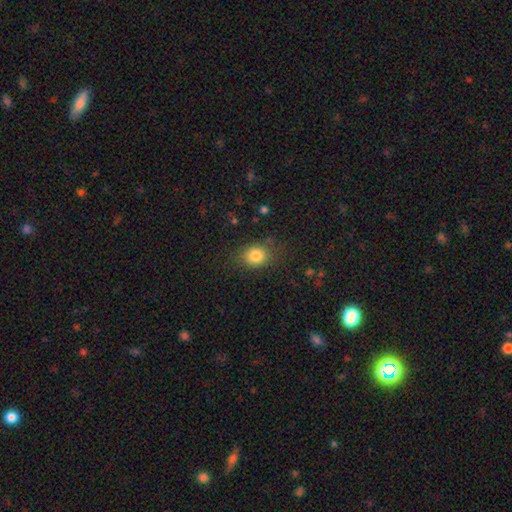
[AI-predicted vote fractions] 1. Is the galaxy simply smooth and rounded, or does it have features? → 83% smooth, 11% star or artifact, 7% featured or disk.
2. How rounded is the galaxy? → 50% round, 49% in between, 1% cigar-shaped.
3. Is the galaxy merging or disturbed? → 78% none, 15% minor disturbance, 6% major disturbance, 2% merger.